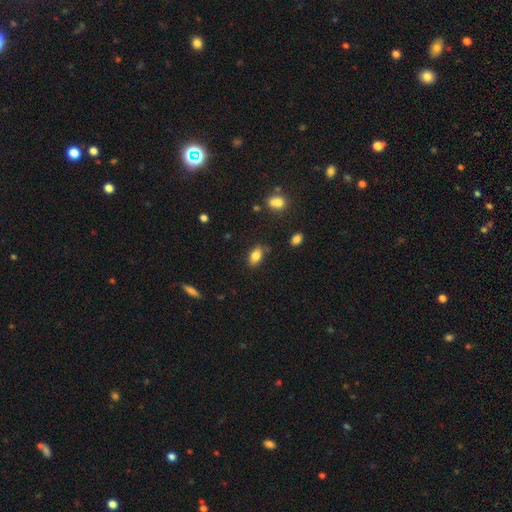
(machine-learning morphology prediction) A smooth galaxy with no disk features (84%) that is in between round and cigar-shaped (88%).

Vote fractions:
- Smooth or featured? smooth: 84% / star or artifact: 9% / featured or disk: 7%
- How rounded? in between: 88% / round: 8% / cigar-shaped: 4%
- Merging? none: 77% / minor disturbance: 16% / major disturbance: 3% / merger: 3%